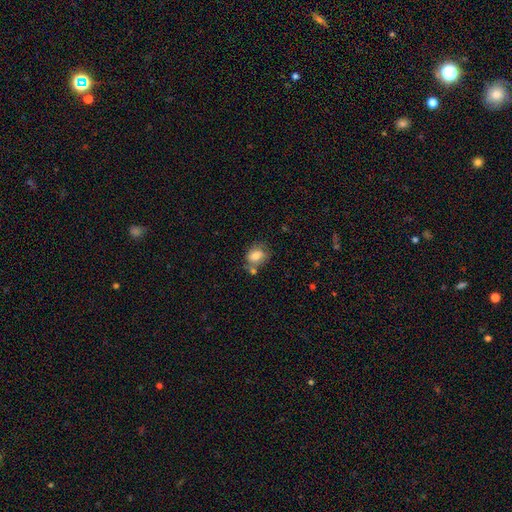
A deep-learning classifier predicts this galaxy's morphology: Q: Smooth or featured?
A: smooth (76%); runner-up: featured or disk (15%)
Q: How rounded?
A: in between (59%); runner-up: round (39%)
Q: Merging?
A: none (48%); runner-up: minor disturbance (22%)